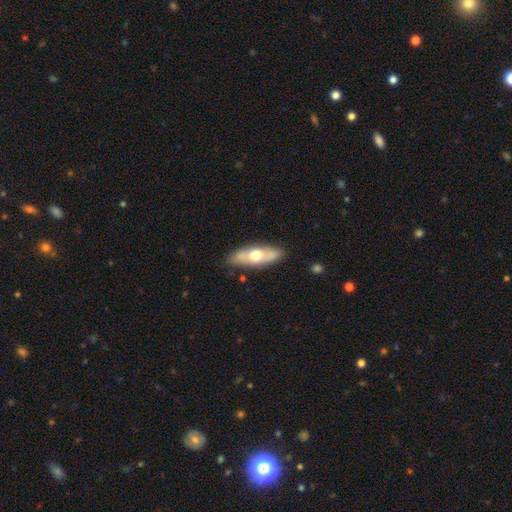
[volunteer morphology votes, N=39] featured or disk 62%, smooth 28%, star or artifact 10%. Down the decision tree: edge-on disk — no (62%); bar — no (73%); spiral arms — no (80%); bulge size — moderate (73%); merging — none (83%).